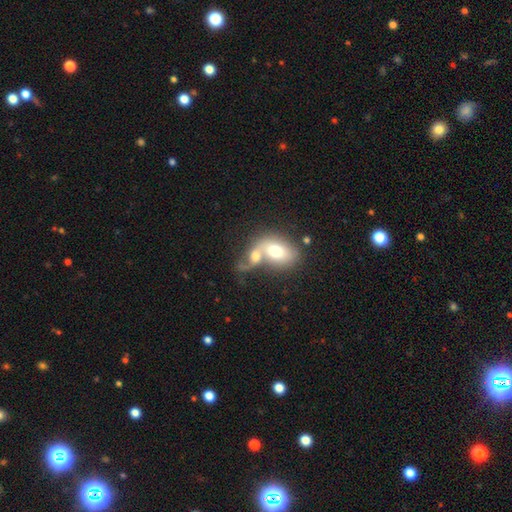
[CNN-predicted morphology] This is possibly a smooth galaxy (58%). How rounded: likely in between (72%). Merging: likely merger (74%).